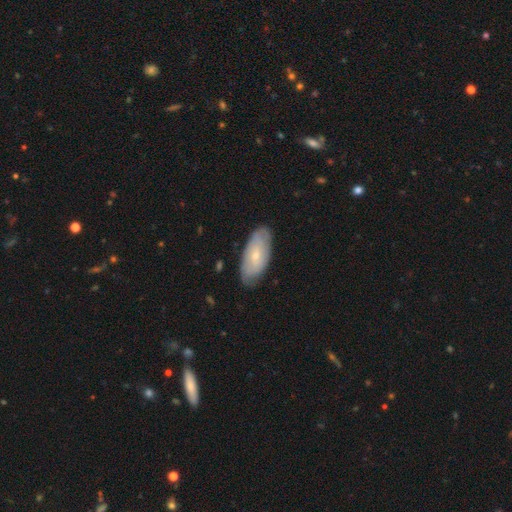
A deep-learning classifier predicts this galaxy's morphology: Smooth or featured: smooth — 52% (featured or disk — 42%)
How rounded: in between — 87% (cigar-shaped — 10%)
Merging: none — 79% (minor disturbance — 16%)